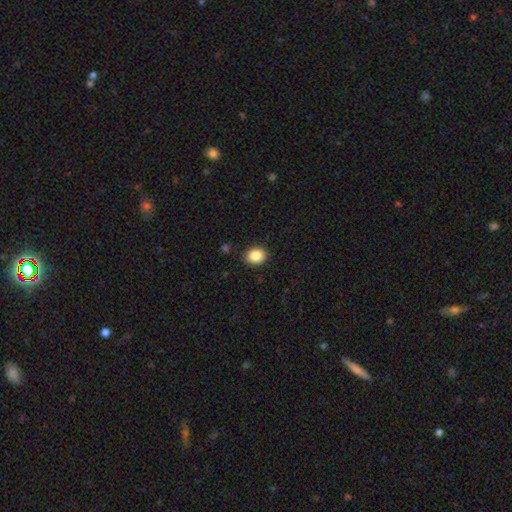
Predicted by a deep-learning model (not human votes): Smooth or featured? Predicted: smooth (p=0.87). How rounded? Predicted: round (p=0.57). Merging? Predicted: none (p=0.87).